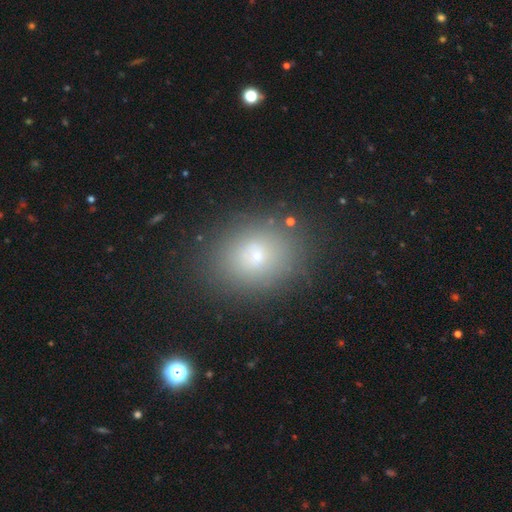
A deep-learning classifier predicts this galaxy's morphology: This is likely a smooth galaxy (68%). How rounded: possibly round (55%). Merging: clearly none (83%).